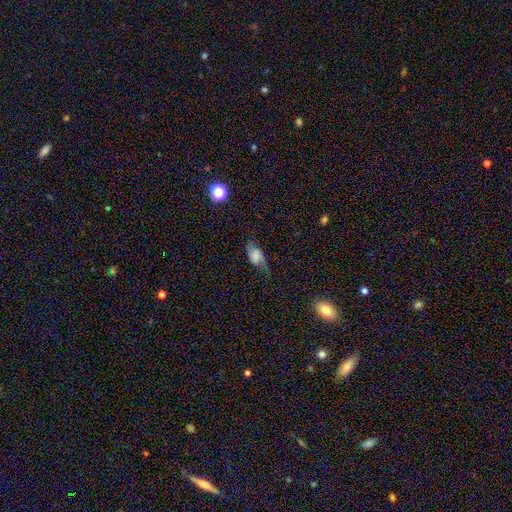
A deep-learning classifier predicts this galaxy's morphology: This appears to be a featured or disk galaxy (55%) with no bar (51%), spiral arms (88%) and a small central bulge (30%). Merging: none (54%).